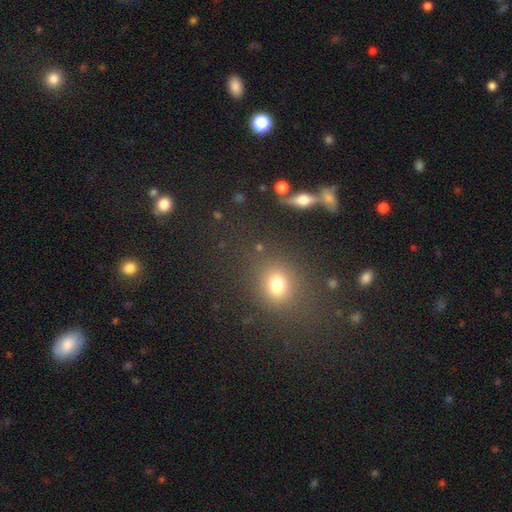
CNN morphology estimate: The model was most divided on "smooth or featured": smooth: 58%, star or artifact: 34%, featured or disk: 8%. More confident: merging — none (83%); how rounded — round (66%).